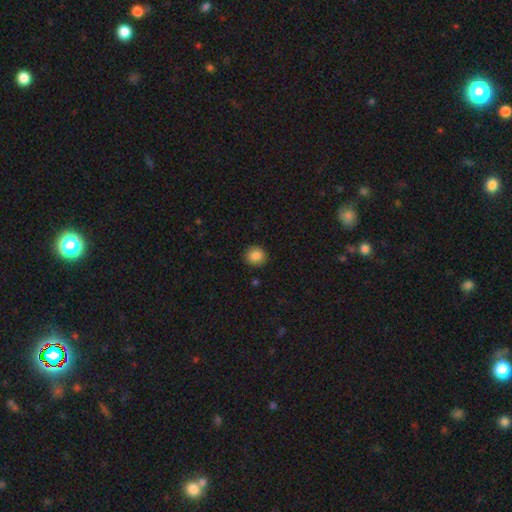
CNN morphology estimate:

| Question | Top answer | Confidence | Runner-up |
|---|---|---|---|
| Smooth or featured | smooth | 87% | star or artifact (9%) |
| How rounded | round | 86% | in between (13%) |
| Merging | none | 91% | minor disturbance (6%) |